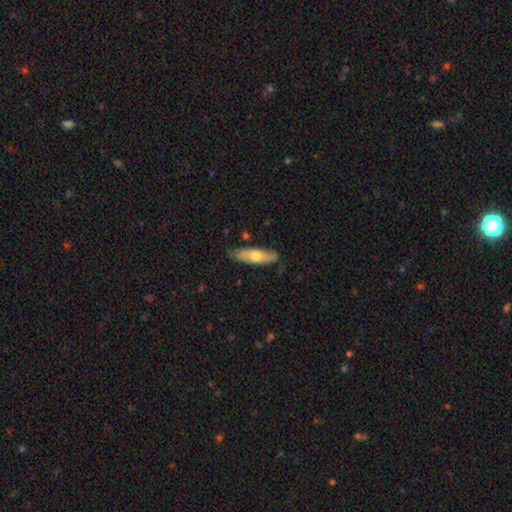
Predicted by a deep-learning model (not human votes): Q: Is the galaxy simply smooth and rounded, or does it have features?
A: smooth — 60%.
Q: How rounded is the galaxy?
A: cigar-shaped — 53%.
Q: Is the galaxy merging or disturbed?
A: none — 80%.